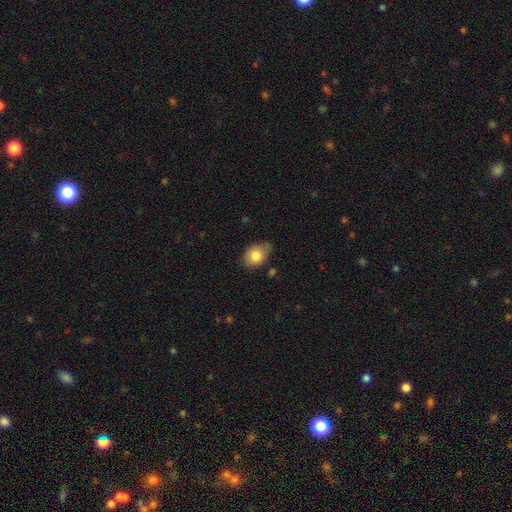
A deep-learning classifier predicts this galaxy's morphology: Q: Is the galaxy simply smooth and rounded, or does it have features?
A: smooth — 80%.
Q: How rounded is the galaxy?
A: in between — 72%.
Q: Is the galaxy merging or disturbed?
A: none — 60%.